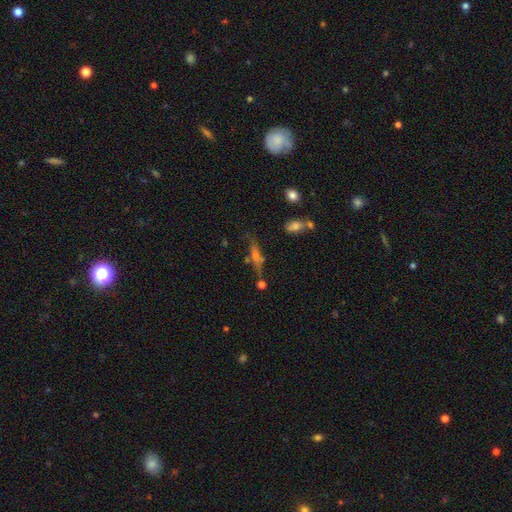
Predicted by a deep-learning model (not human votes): The model was most divided on "smooth or featured": smooth: 41%, featured or disk: 38%, star or artifact: 20%. More confident: merging — none (58%).